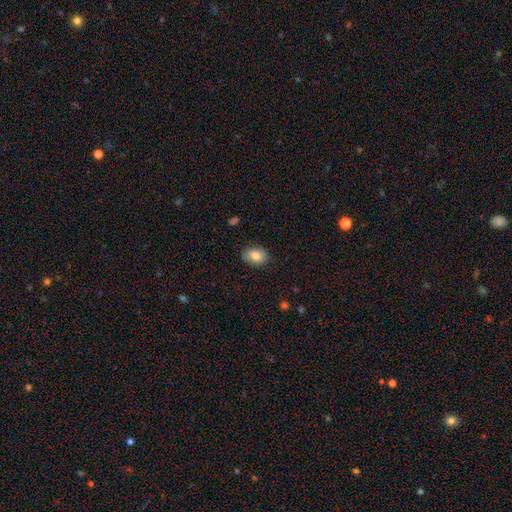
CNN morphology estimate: type=smooth (84%); roundness=in between (75%); merging=none (85%).